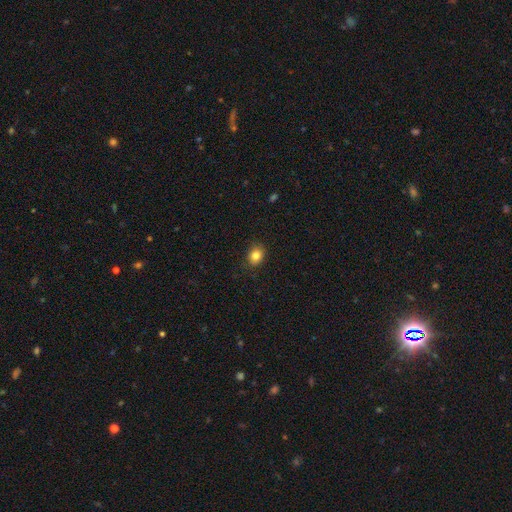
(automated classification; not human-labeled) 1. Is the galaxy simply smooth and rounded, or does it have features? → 84% smooth, 11% star or artifact, 6% featured or disk.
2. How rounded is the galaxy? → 61% round, 38% in between, 1% cigar-shaped.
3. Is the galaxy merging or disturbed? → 87% none, 10% minor disturbance, 2% major disturbance, 1% merger.